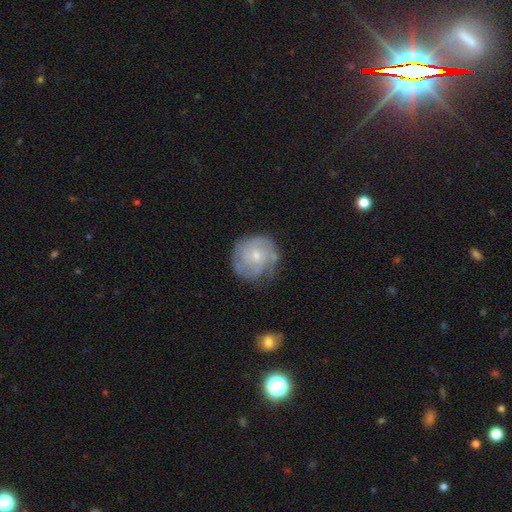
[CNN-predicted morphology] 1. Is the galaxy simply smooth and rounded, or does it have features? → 71% featured or disk, 23% smooth, 6% star or artifact.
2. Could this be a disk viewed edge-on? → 98% no, 2% yes.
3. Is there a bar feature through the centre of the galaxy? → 74% no, 23% weak, 3% strong.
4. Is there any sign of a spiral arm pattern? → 89% yes, 11% no.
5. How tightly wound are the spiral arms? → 58% tight, 32% medium, 10% loose.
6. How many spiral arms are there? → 36% can't tell, 26% 3, 17% 2, 10% 4, 6% 1, 5% more than 4.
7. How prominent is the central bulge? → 57% small, 37% moderate, 3% none, 2% large, 1% dominant.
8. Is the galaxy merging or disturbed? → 67% none, 22% minor disturbance, 8% major disturbance, 2% merger.